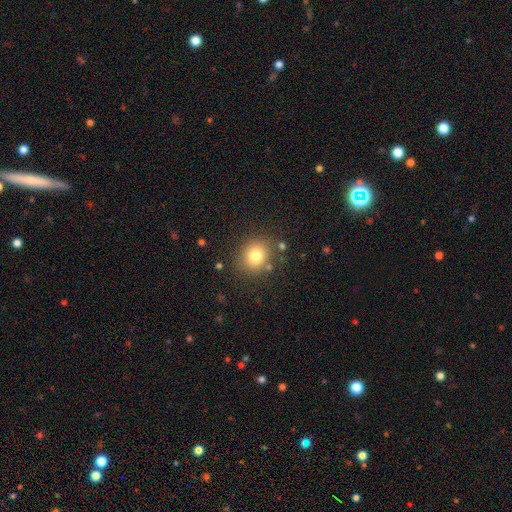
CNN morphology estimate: Smooth or featured? Predicted: smooth (p=0.78). How rounded? Predicted: round (p=0.77). Merging? Predicted: none (p=0.83).